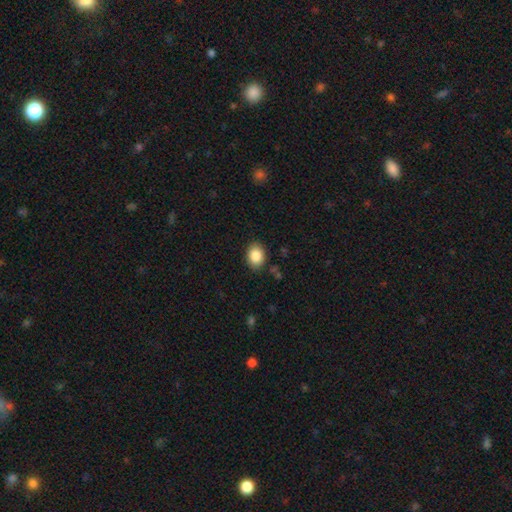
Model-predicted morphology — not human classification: type=smooth (87%); roundness=in between (62%); merging=none (87%).